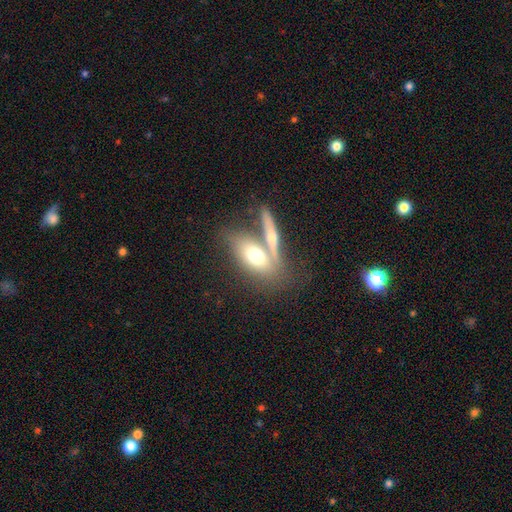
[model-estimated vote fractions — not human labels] Smooth or featured?
  - smooth: 59% *
  - featured or disk: 33%
  - star or artifact: 7%
How rounded?
  - in between: 72% *
  - cigar-shaped: 21%
  - round: 8%
Merging?
  - none: 42% *
  - merger: 41%
  - minor disturbance: 12%
  - major disturbance: 6%